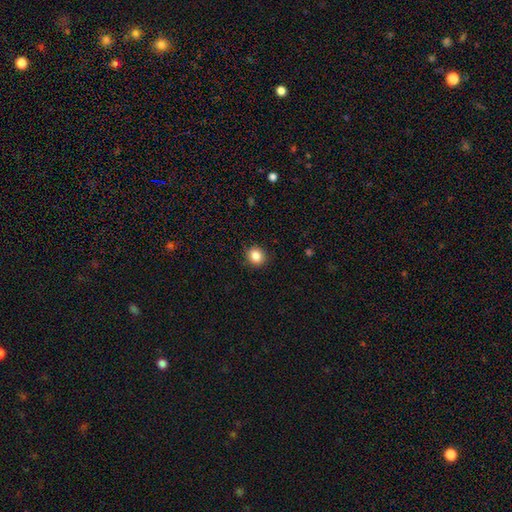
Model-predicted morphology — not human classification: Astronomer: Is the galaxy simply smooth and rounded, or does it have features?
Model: smooth — 85%.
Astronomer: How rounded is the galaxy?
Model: round — 85%.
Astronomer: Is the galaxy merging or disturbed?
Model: none — 91%.